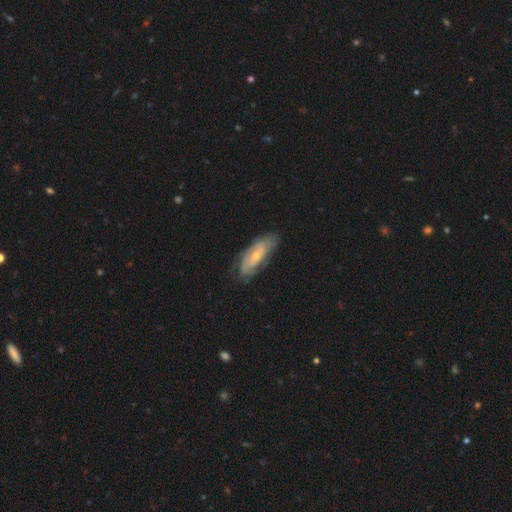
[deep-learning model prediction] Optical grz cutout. It shows a featured or disk galaxy (60%). Merging: none (66%).